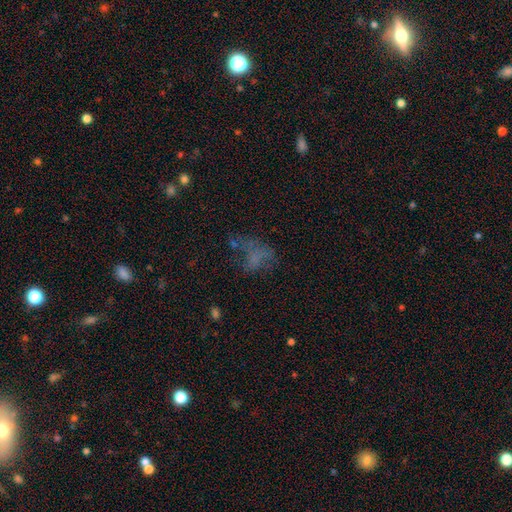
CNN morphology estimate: The model was most divided on "merging": major disturbance: 37%, none: 36%, minor disturbance: 18%, merger: 8%. Remaining: smooth or featured — smooth (45%).